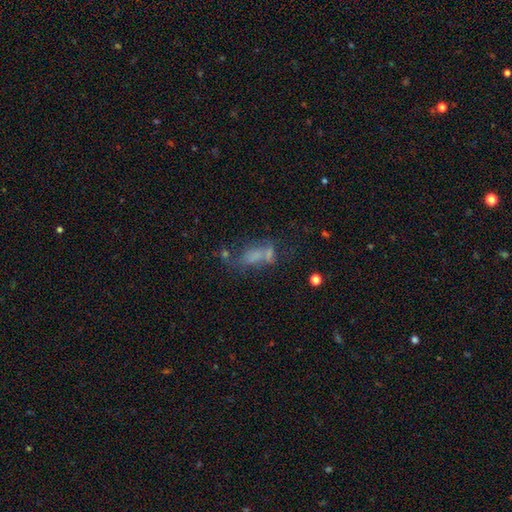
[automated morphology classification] smooth_or_featured: smooth (p=0.45) [alt: featured or disk p=0.35]
merging: none (p=0.31) [alt: merger p=0.30]